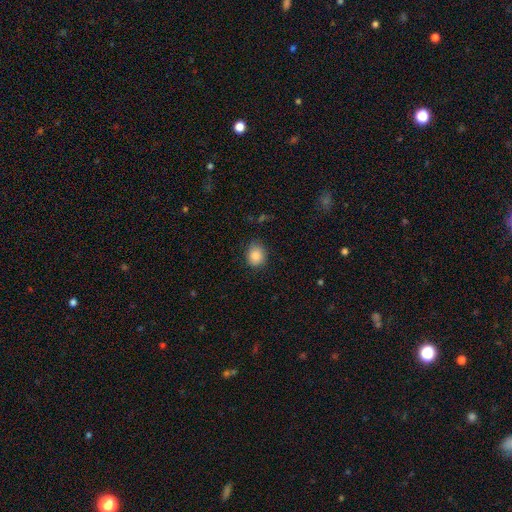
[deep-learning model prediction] A smooth galaxy with no disk features (87%) that is round (51%).

Vote fractions:
- Smooth or featured? smooth: 87% / star or artifact: 8% / featured or disk: 5%
- How rounded? round: 51% / in between: 48% / cigar-shaped: 1%
- Merging? none: 80% / minor disturbance: 16% / major disturbance: 3% / merger: 1%